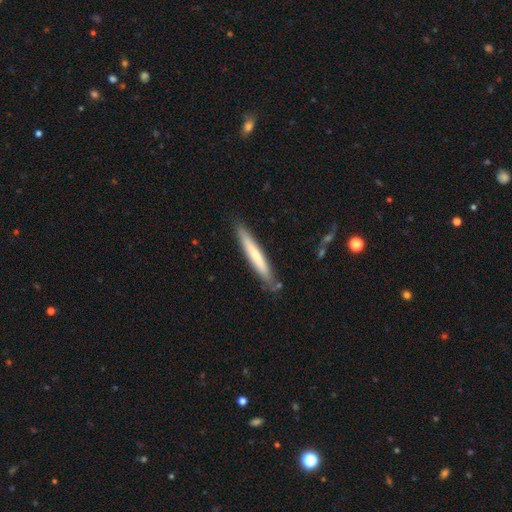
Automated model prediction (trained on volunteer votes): Morphology: type=smooth (58%); roundness=cigar-shaped (95%); merging=none (84%).